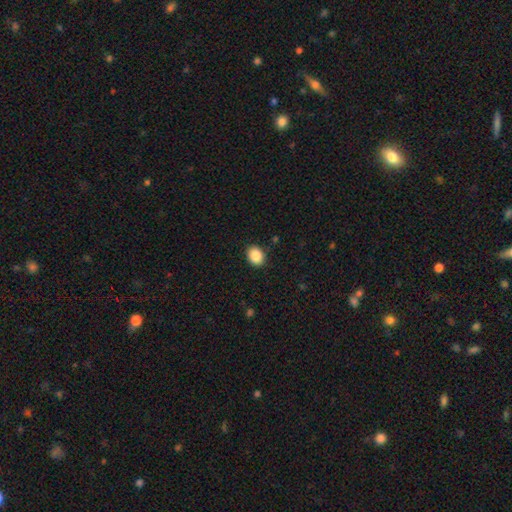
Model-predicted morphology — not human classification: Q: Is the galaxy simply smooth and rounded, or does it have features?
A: smooth — 88%.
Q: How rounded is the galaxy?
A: in between — 56%.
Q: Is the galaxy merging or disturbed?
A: none — 90%.